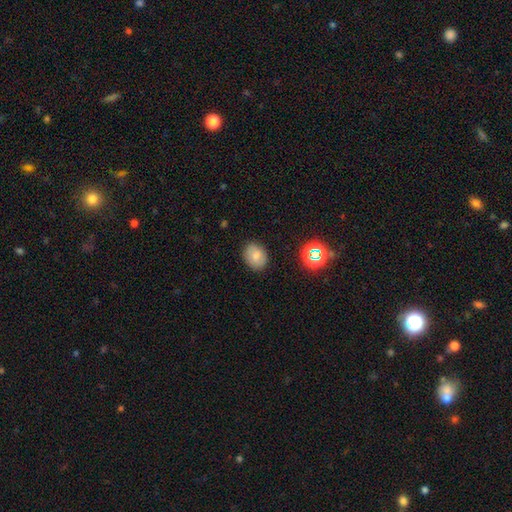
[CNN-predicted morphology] Smooth or featured? smooth (77%)
How rounded? in between (56%)
Merging? none (84%)